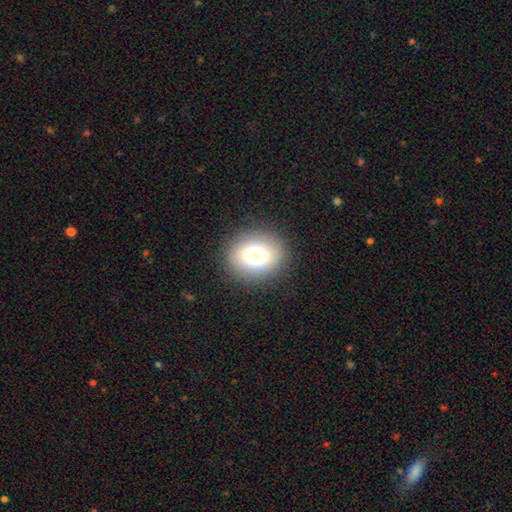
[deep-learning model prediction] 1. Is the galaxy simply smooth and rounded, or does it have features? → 76% smooth, 14% star or artifact, 11% featured or disk.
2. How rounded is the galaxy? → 69% round, 30% in between, 1% cigar-shaped.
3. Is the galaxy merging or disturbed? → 88% none, 7% minor disturbance, 3% major disturbance, 1% merger.